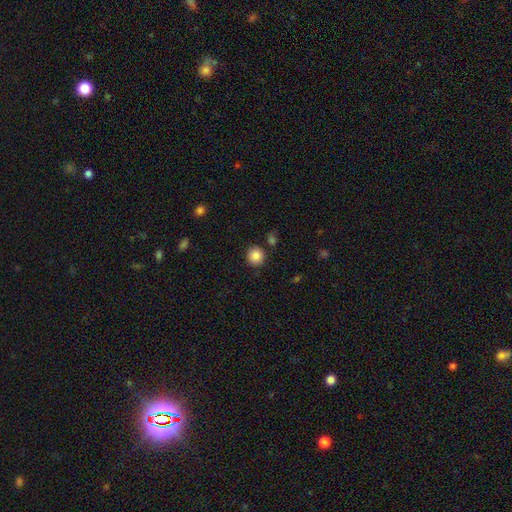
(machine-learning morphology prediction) Overall: smooth (86%). How rounded: round (92%). Merging: none (87%).